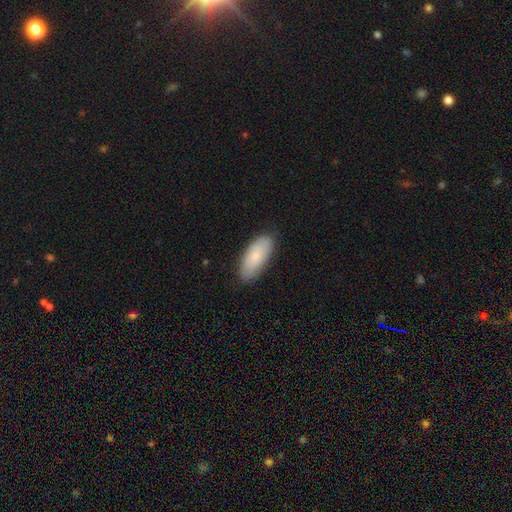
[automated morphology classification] Q: Smooth or featured?
A: smooth (80%); runner-up: featured or disk (14%)
Q: How rounded?
A: in between (86%); runner-up: cigar-shaped (12%)
Q: Merging?
A: none (85%); runner-up: minor disturbance (12%)